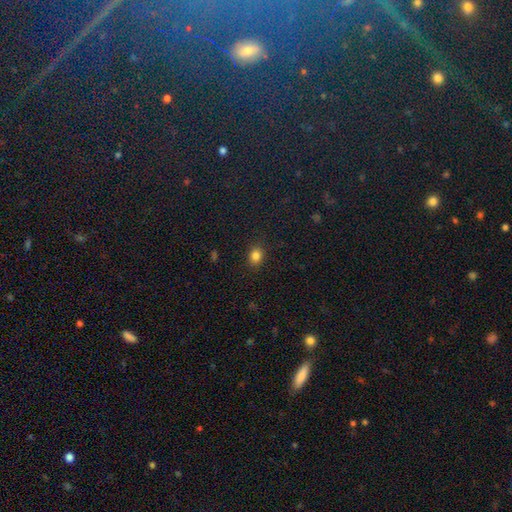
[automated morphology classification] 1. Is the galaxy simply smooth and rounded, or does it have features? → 83% smooth, 12% star or artifact, 5% featured or disk.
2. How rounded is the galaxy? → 54% round, 45% in between, 1% cigar-shaped.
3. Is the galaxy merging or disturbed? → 87% none, 9% minor disturbance, 2% major disturbance, 1% merger.